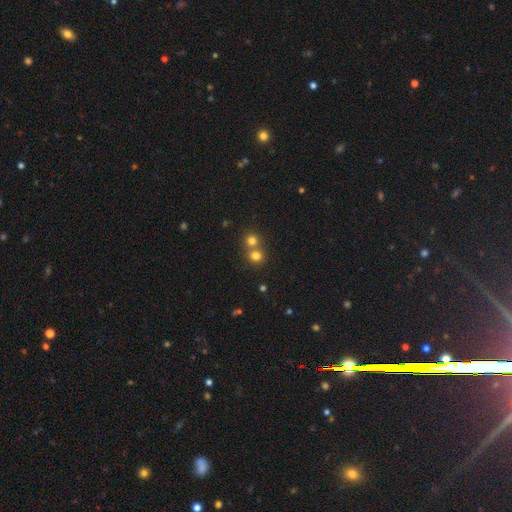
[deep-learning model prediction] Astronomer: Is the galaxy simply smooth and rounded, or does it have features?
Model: smooth — 76%.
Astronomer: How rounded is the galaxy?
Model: round — 87%.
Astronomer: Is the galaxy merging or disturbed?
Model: none — 49% (runner-up: merger, 44%).